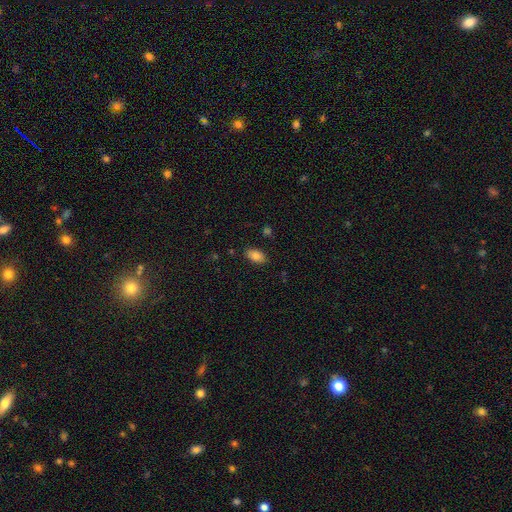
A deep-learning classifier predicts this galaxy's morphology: smooth_or_featured: smooth (p=0.81) [alt: featured or disk p=0.11]
how_rounded: in between (p=0.93) [alt: round p=0.05]
merging: none (p=0.86) [alt: minor disturbance p=0.10]